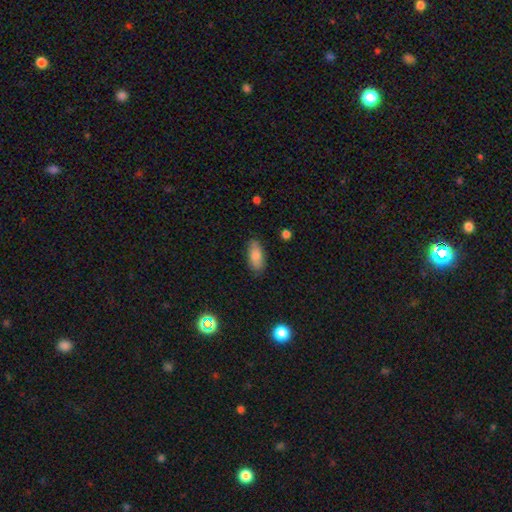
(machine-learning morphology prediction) This is clearly a smooth galaxy (82%). How rounded: clearly in between (85%). Merging: clearly none (83%).